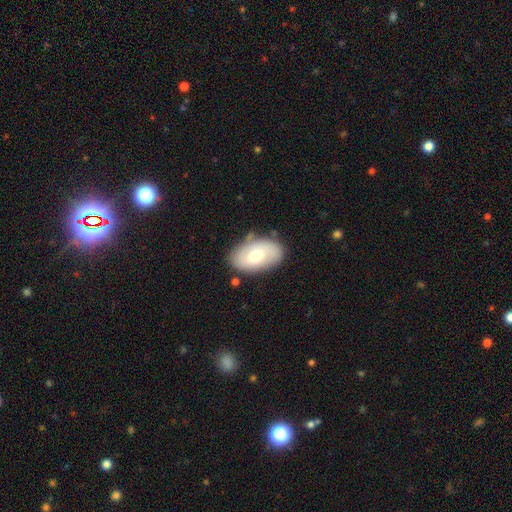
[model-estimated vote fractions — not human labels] Morphology: type=smooth (58%); roundness=in between (92%); merging=none (75%).